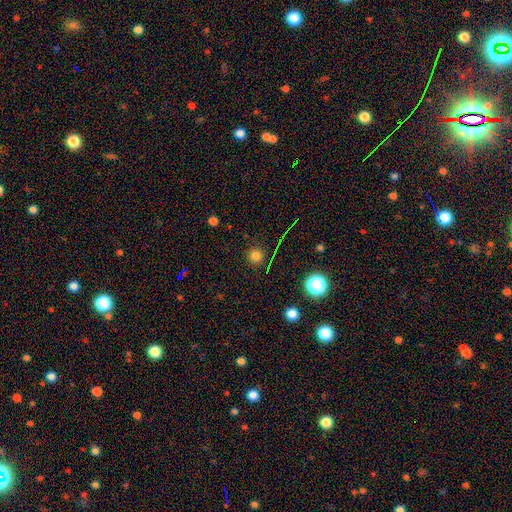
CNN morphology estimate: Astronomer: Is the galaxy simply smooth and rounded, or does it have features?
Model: smooth — 73%.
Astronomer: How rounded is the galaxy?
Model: round — 93%.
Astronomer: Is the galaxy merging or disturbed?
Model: none — 89%.